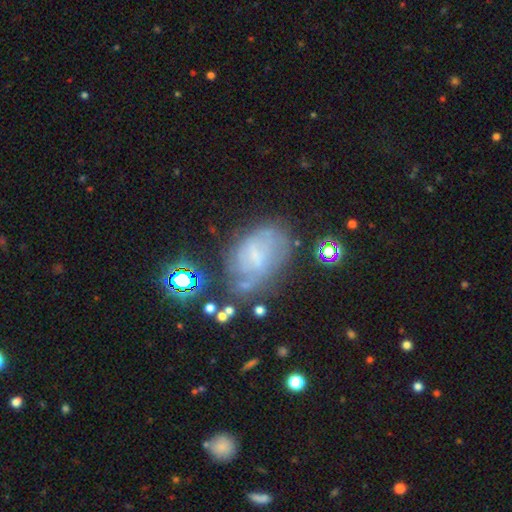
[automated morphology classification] smooth-or-featured: featured or disk: 51% | smooth: 31% | star or artifact: 18%
  disk-edge-on: no: 96% | yes: 4%
  merging: none: 44% | minor disturbance: 27% | major disturbance: 21% | merger: 9%